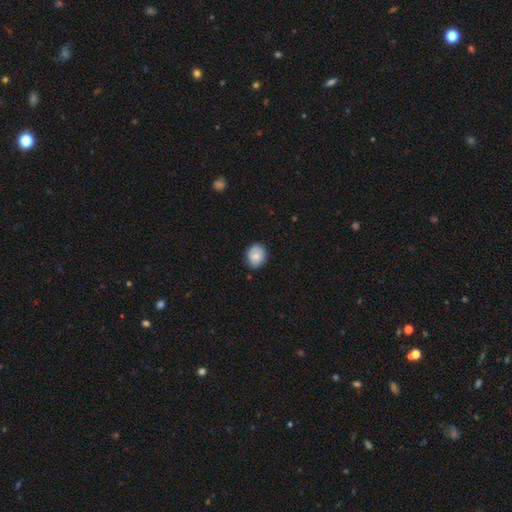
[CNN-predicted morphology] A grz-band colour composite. It shows a smooth galaxy with no disk features (72%) that is round (65%). Merging: none (78%).